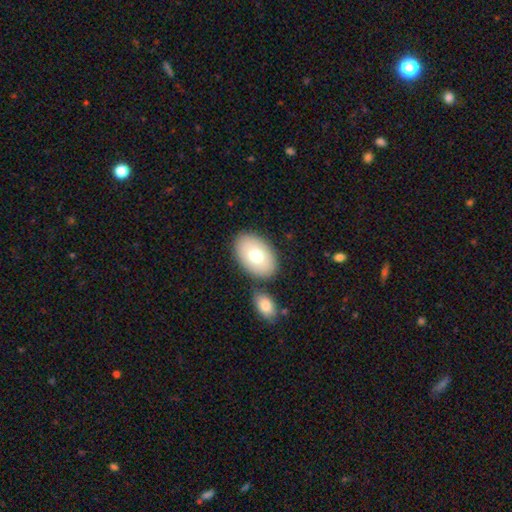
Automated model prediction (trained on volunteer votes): This appears to be a smooth galaxy with no disk features (74%) that is in between round and cigar-shaped (89%). Merging: none (76%).